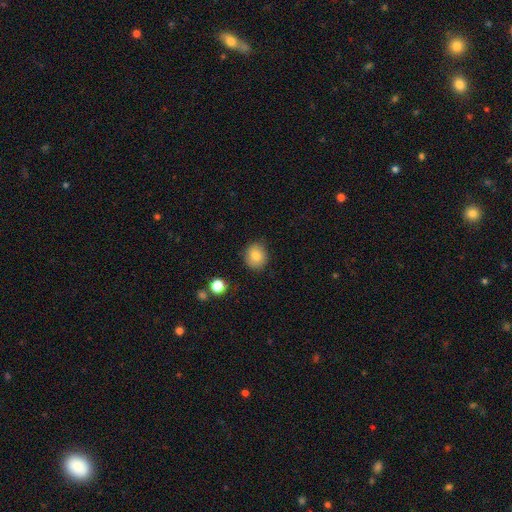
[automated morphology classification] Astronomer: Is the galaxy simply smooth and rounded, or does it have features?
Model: smooth — 80%.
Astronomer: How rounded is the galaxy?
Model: round — 82%.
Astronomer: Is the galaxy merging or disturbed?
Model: none — 84%.